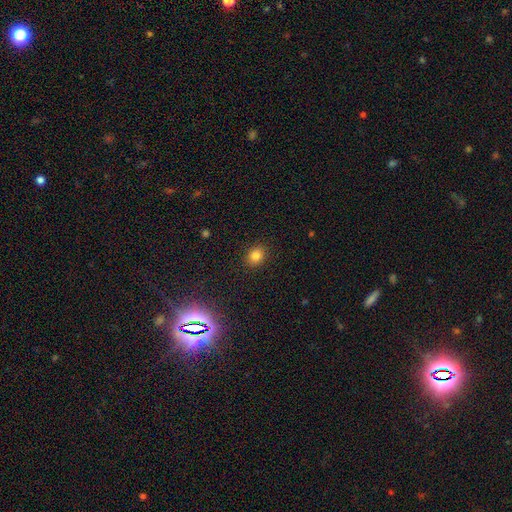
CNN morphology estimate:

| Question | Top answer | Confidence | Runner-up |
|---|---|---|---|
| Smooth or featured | smooth | 82% | star or artifact (13%) |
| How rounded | round | 54% | in between (45%) |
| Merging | none | 89% | minor disturbance (8%) |